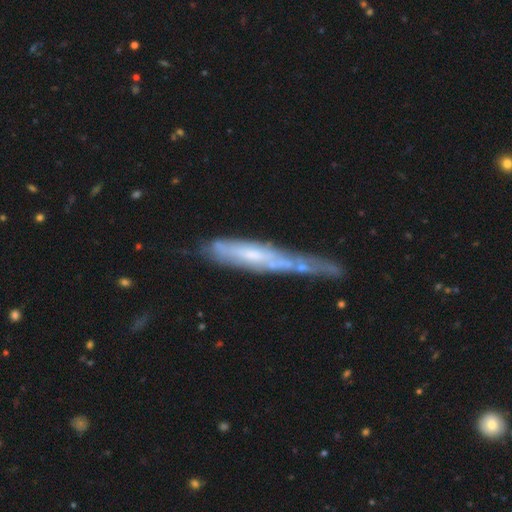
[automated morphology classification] Smooth or featured?
  - featured or disk: 63% *
  - smooth: 29%
  - star or artifact: 8%
Edge-on disk?
  - yes: 62% *
  - no: 38%
Merging?
  - none: 42% *
  - minor disturbance: 30%
  - major disturbance: 15%
  - merger: 13%